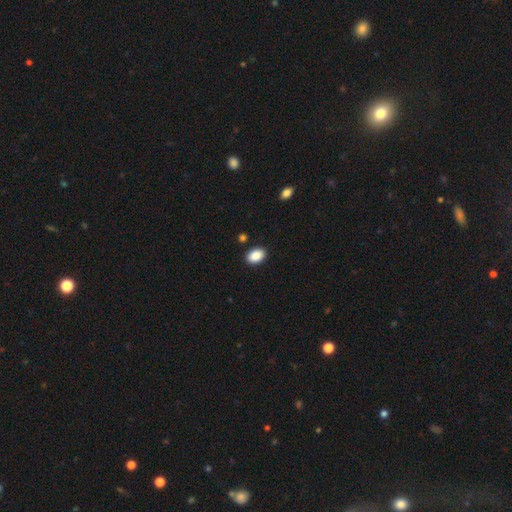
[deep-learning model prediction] Smooth or featured: smooth — 89% (star or artifact — 8%)
How rounded: in between — 84% (round — 15%)
Merging: none — 90% (minor disturbance — 7%)